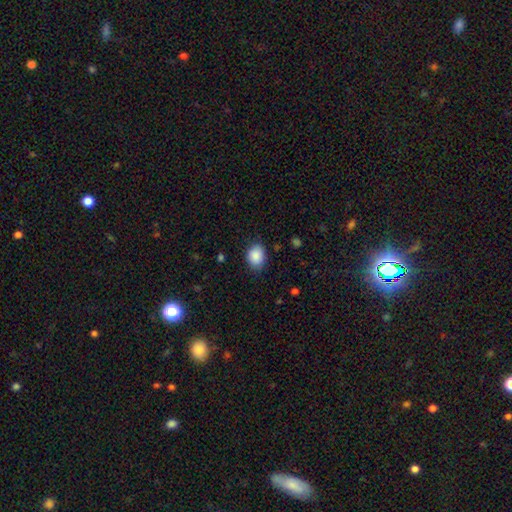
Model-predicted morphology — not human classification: smooth_or_featured: smooth (p=0.88) [alt: star or artifact p=0.08]
how_rounded: in between (p=0.60) [alt: round p=0.39]
merging: none (p=0.80) [alt: minor disturbance p=0.15]